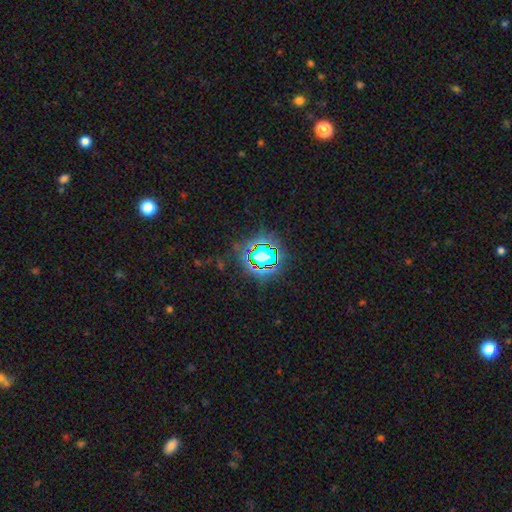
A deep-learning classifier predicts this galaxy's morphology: star or artifact 79%, smooth 13%, featured or disk 8%.